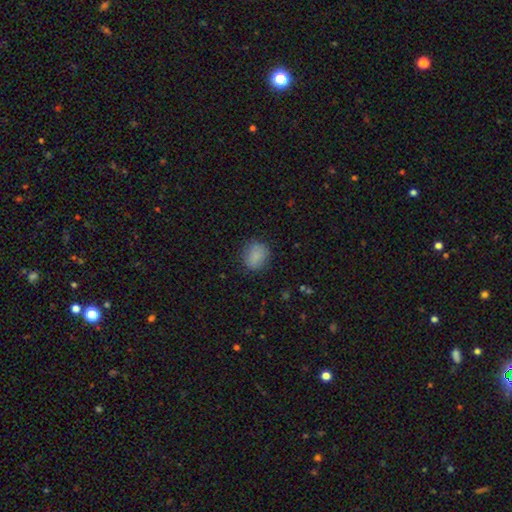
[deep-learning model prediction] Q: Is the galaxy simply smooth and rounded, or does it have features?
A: smooth — 86%.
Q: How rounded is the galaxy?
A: round — 60%.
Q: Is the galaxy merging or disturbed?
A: none — 82%.